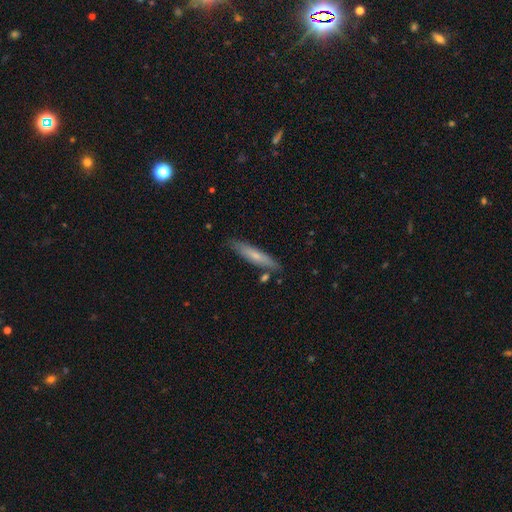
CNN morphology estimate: smooth-or-featured: smooth: 60% | featured or disk: 34% | star or artifact: 6%
  how-rounded: cigar-shaped: 89% | in between: 10% | round: 1%
  merging: none: 82% | minor disturbance: 12% | merger: 4% | major disturbance: 2%